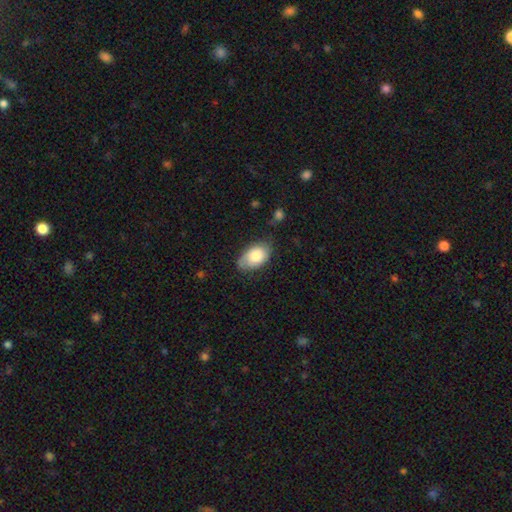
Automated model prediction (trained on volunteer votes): The model was most divided on "merging": none: 64%, minor disturbance: 28%, major disturbance: 6%, merger: 2%. More confident: how rounded — in between (92%); smooth or featured — smooth (79%).